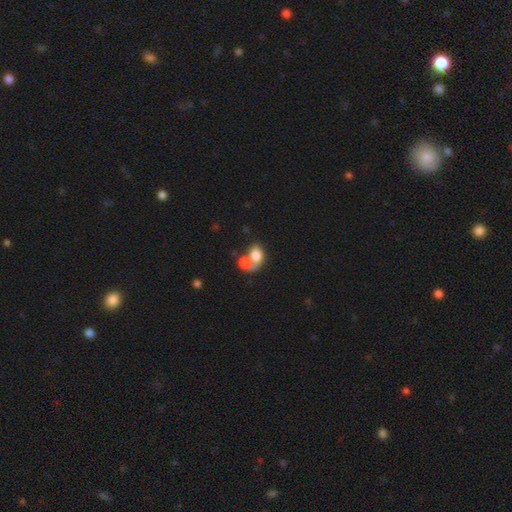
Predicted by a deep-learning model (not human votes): The model was most divided on "how rounded": in between: 60%, round: 39%, cigar-shaped: 1%. More confident: merging — merger (68%); smooth or featured — smooth (66%).